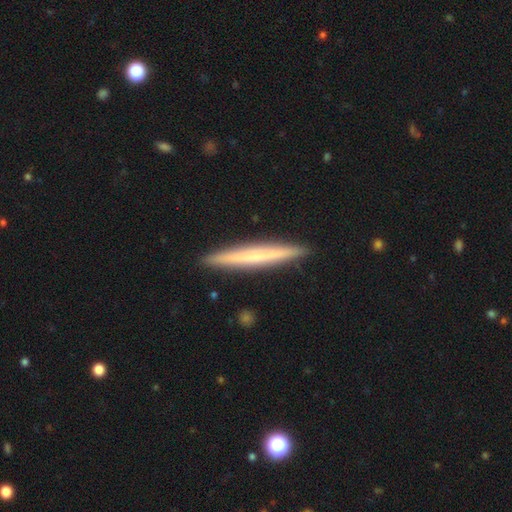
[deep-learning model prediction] A smooth galaxy with no disk features (52%) that is cigar-shaped (97%). Merging: none (92%).